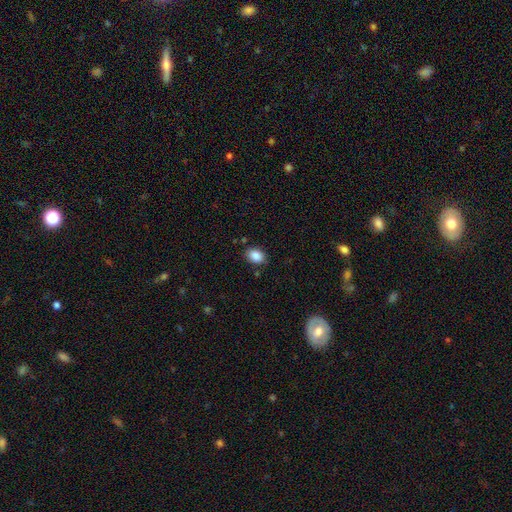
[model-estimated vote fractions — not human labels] smooth 87%, star or artifact 8%, featured or disk 4%. Down the decision tree: how rounded — in between (68%); merging — none (83%).